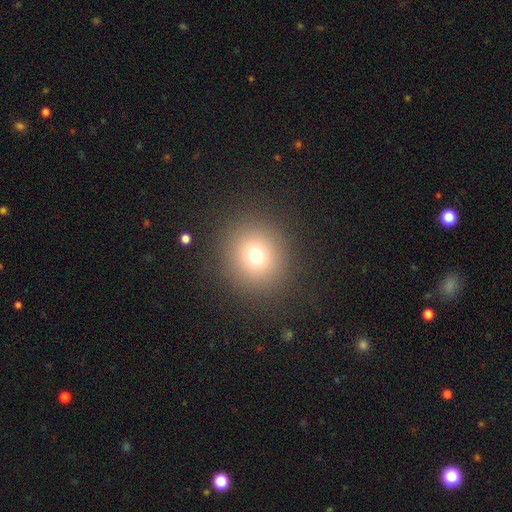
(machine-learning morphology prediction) smooth-or-featured: smooth: 72% | star or artifact: 19% | featured or disk: 9%
  how-rounded: round: 91% | in between: 8% | cigar-shaped: 1%
  merging: none: 89% | minor disturbance: 6% | major disturbance: 4% | merger: 1%